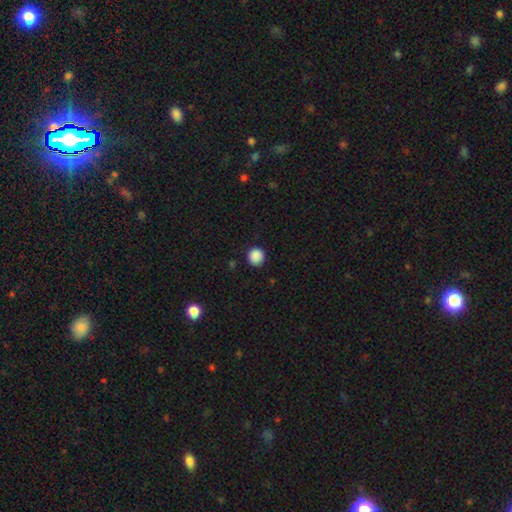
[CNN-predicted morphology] This appears to be a smooth galaxy with no disk features (88%) that is round (93%). Merging: none (90%).